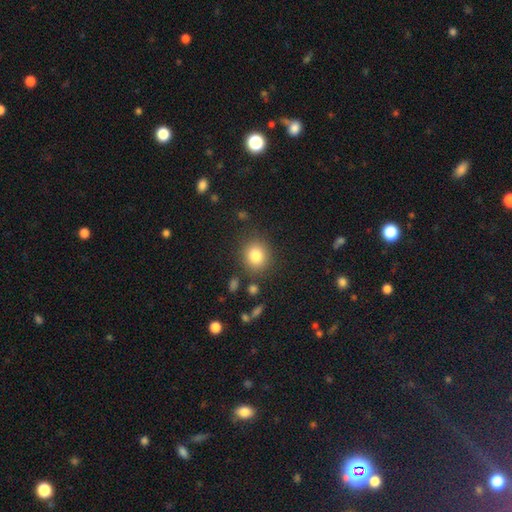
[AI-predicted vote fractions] Q: Smooth or featured?
A: smooth (83%); runner-up: star or artifact (10%)
Q: How rounded?
A: round (79%); runner-up: in between (20%)
Q: Merging?
A: none (83%); runner-up: minor disturbance (10%)